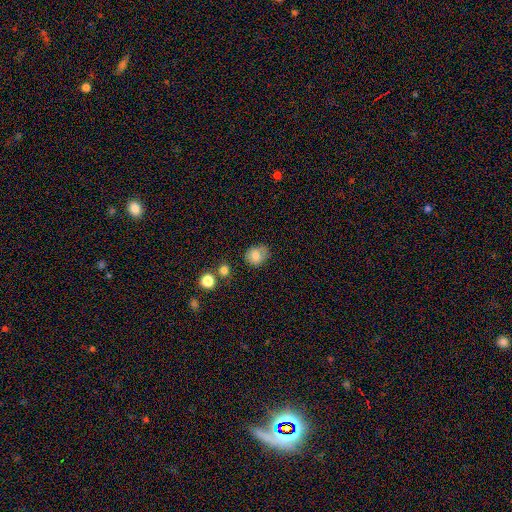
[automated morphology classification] A smooth galaxy with no disk features (78%) that is round (59%). Merging: none (65%).